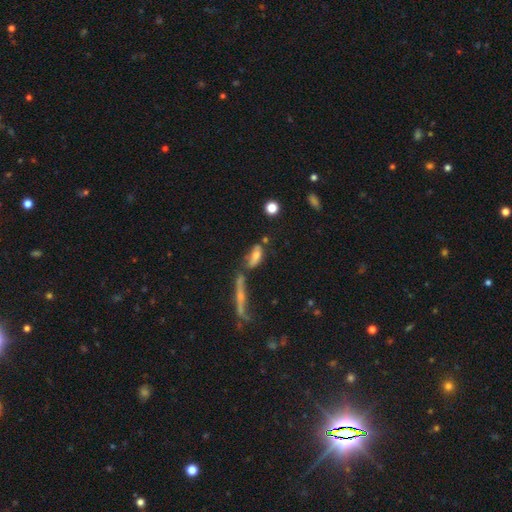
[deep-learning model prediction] Smooth or featured: smooth — 58% (featured or disk — 29%)
How rounded: in between — 67% (cigar-shaped — 27%)
Merging: none — 39% (merger — 33%)